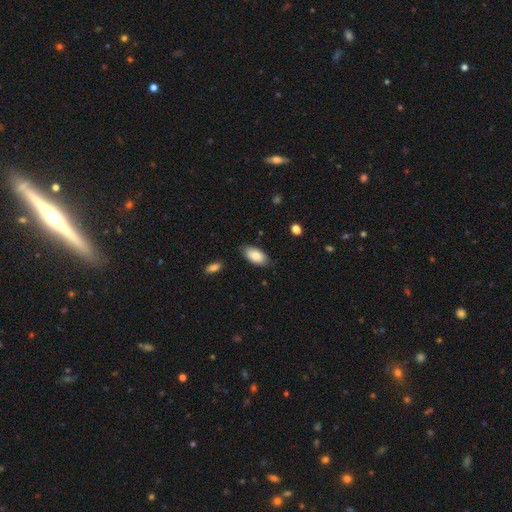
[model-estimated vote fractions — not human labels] Smooth or featured? smooth (85%)
How rounded? in between (93%)
Merging? none (82%)